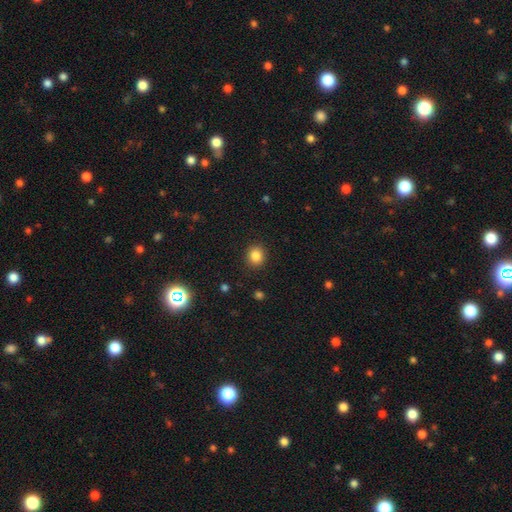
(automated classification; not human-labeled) smooth 85%, star or artifact 11%, featured or disk 4%. Down the decision tree: how rounded — round (85%); merging — none (90%).